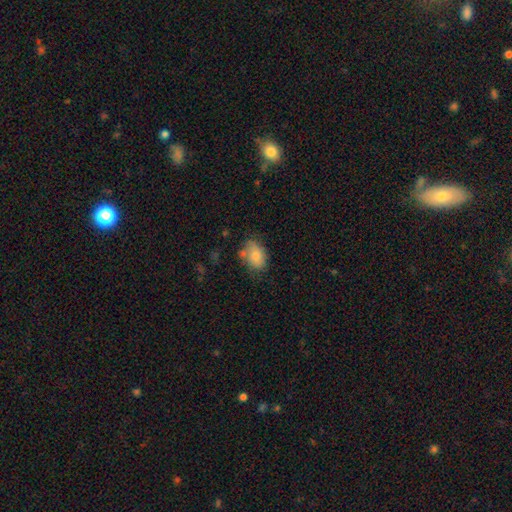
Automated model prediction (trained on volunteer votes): smooth-or-featured: smooth: 80% | featured or disk: 12% | star or artifact: 8%
  how-rounded: in between: 83% | round: 15% | cigar-shaped: 1%
  merging: none: 62% | minor disturbance: 23% | merger: 8% | major disturbance: 6%